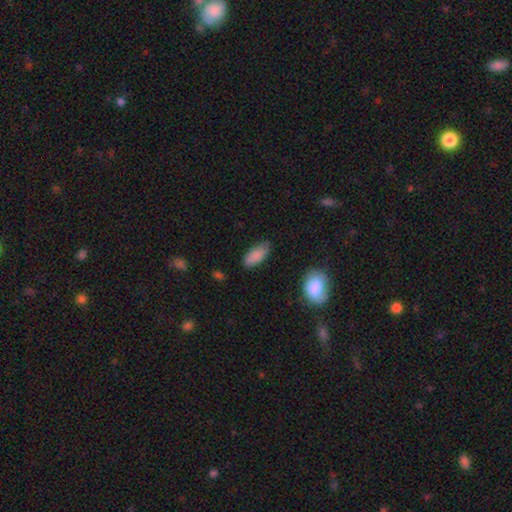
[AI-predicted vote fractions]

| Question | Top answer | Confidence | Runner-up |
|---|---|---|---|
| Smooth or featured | smooth | 86% | star or artifact (7%) |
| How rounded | in between | 86% | cigar-shaped (12%) |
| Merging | none | 79% | minor disturbance (16%) |